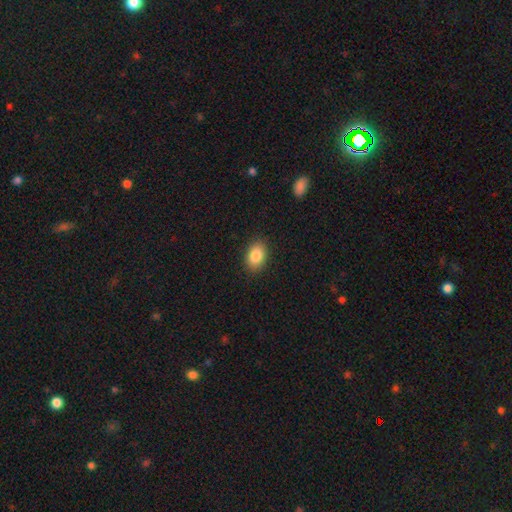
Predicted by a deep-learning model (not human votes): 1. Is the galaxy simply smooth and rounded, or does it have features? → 86% smooth, 8% star or artifact, 6% featured or disk.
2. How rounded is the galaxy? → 82% in between, 17% round, 1% cigar-shaped.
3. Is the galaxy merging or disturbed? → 88% none, 8% minor disturbance, 2% major disturbance, 1% merger.